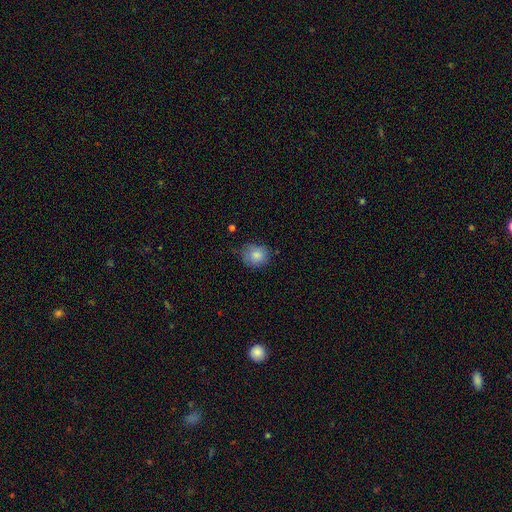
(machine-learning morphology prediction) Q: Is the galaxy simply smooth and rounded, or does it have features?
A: smooth — 84%.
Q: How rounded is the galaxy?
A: round — 78%.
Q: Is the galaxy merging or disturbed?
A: none — 74%.